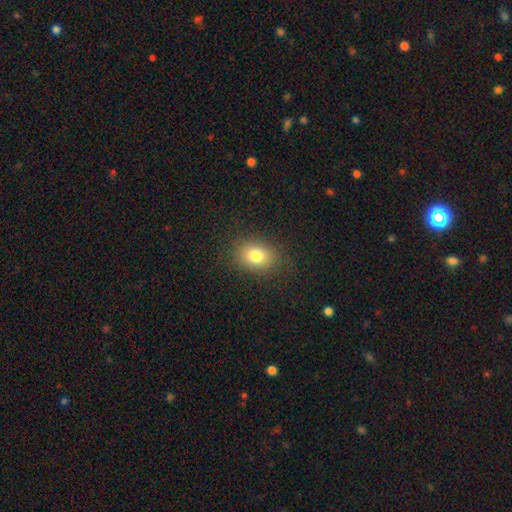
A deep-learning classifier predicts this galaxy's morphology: type=smooth (80%); roundness=in between (63%); merging=none (85%).